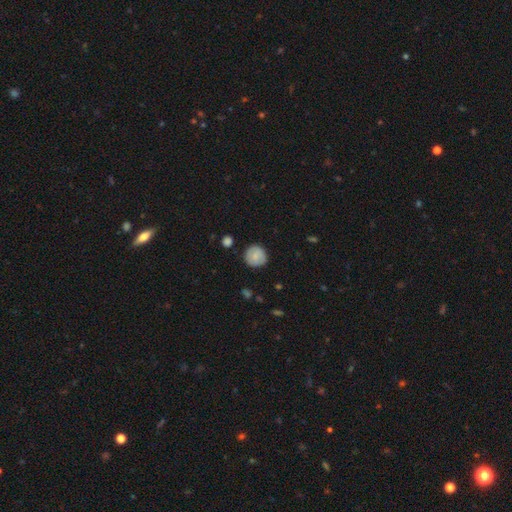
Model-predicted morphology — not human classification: Smooth or featured? smooth (78%)
How rounded? round (92%)
Merging? none (83%)